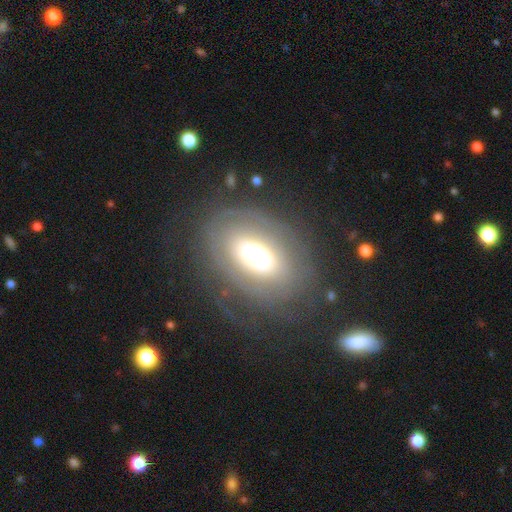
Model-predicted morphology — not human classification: Overall: featured or disk (54%; smooth 38%). Edge-on disk: no (92%). Merging: none (74%).